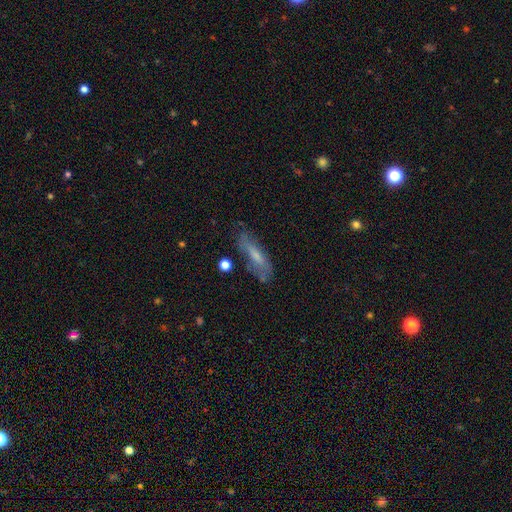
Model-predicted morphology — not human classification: smooth-or-featured: smooth: 52% | featured or disk: 39% | star or artifact: 9%
  how-rounded: cigar-shaped: 54% | in between: 43% | round: 2%
  merging: none: 64% | minor disturbance: 23% | major disturbance: 10% | merger: 4%